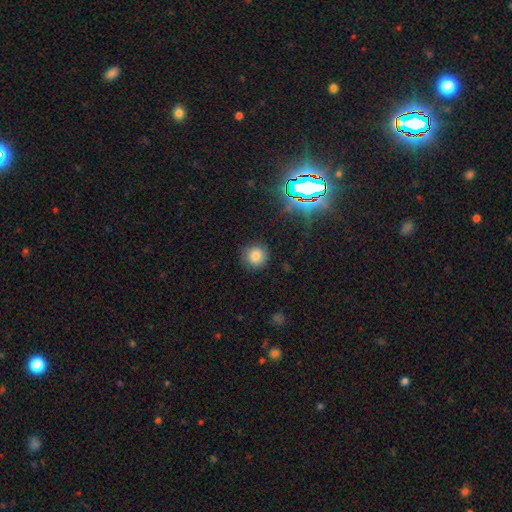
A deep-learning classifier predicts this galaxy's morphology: type=smooth (80%); roundness=round (92%); merging=none (86%).